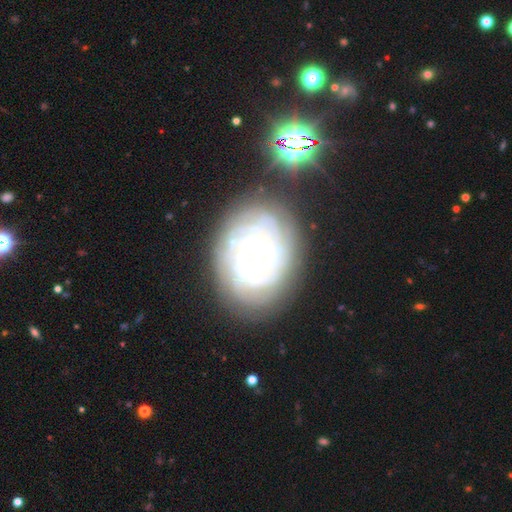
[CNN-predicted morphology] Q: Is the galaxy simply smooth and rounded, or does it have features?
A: featured or disk — 84%.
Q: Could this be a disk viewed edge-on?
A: no — 97%.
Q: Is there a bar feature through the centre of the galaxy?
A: no — 80%.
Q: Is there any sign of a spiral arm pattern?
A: yes — 96%.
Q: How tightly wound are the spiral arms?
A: tight — 85%.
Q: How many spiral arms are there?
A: can't tell — 31%.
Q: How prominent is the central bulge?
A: small — 78%.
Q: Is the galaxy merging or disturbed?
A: none — 77%.